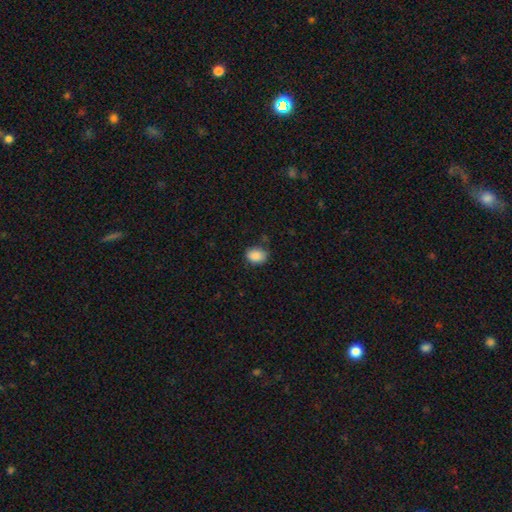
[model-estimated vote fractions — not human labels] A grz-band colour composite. It shows a smooth galaxy with no disk features (88%) that is in between round and cigar-shaped (70%). Merging: none (77%).